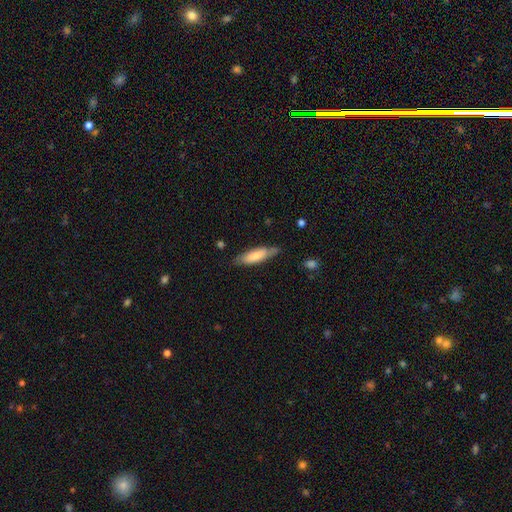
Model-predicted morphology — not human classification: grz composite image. It shows a smooth galaxy with no disk features (71%) that is cigar-shaped (58%). Merging: none (74%).